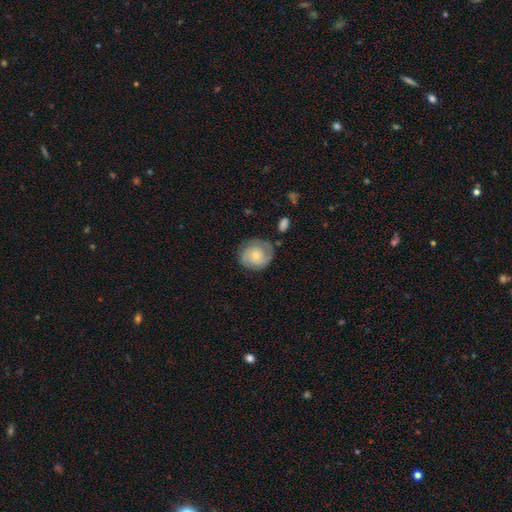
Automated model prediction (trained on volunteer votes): Smooth or featured?
  - featured or disk: 70% *
  - smooth: 24%
  - star or artifact: 6%
Edge-on disk?
  - no: 98% *
  - yes: 2%
Bar?
  - no: 77% *
  - weak: 20%
  - strong: 3%
Spiral arms?
  - yes: 92% *
  - no: 8%
Spiral winding?
  - tight: 64% *
  - medium: 28%
  - loose: 8%
Spiral arm count?
  - 2: 53% *
  - can't tell: 21%
  - 3: 15%
  - 1: 5%
  - 4: 3%
  - more than 4: 3%
Bulge size?
  - small: 64% *
  - moderate: 31%
  - none: 2%
  - large: 2%
  - dominant: 1%
Merging?
  - none: 75% *
  - minor disturbance: 17%
  - major disturbance: 6%
  - merger: 2%